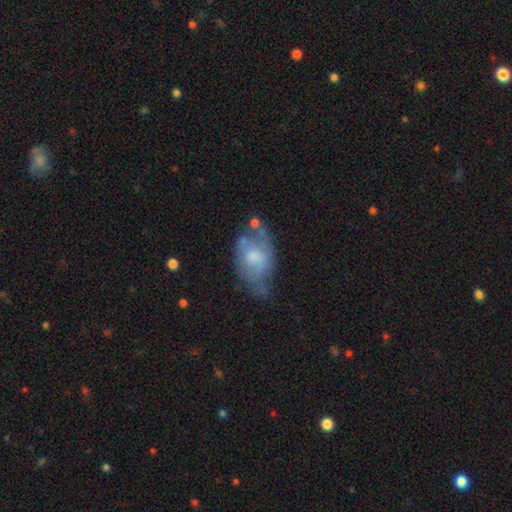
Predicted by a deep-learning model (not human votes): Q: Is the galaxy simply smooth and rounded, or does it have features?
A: featured or disk — 49%.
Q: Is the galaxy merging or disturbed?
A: none — 36%.